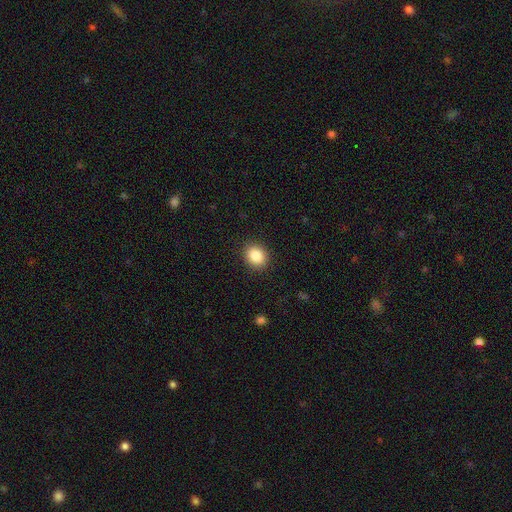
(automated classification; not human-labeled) Morphology: type=smooth (86%); roundness=round (66%); merging=none (90%).